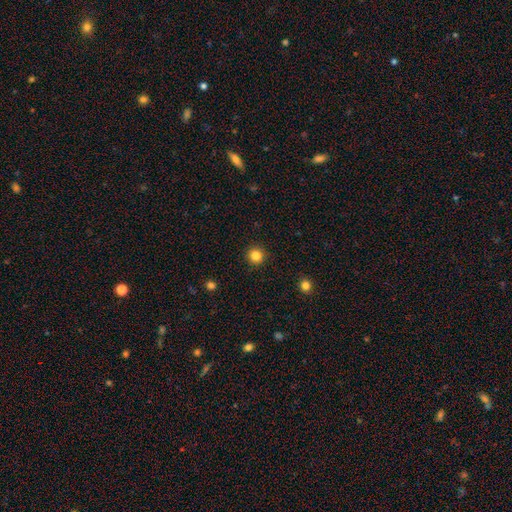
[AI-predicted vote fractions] This appears to be a smooth galaxy with no disk features (84%) that is round (95%). Merging: none (92%).